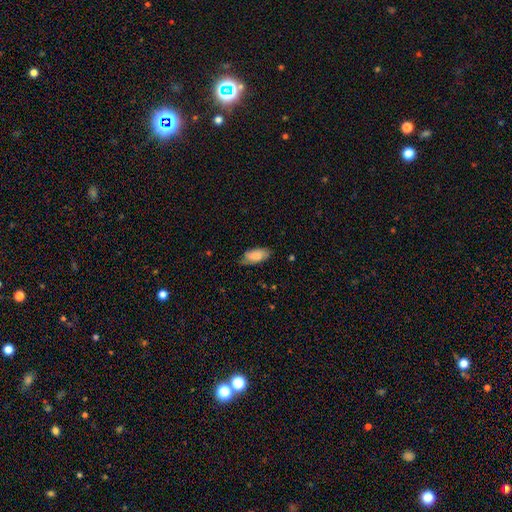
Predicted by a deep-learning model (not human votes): Smooth or featured?
  - smooth: 81% *
  - featured or disk: 12%
  - star or artifact: 6%
How rounded?
  - in between: 88% *
  - cigar-shaped: 10%
  - round: 2%
Merging?
  - none: 62% *
  - minor disturbance: 31%
  - major disturbance: 6%
  - merger: 2%